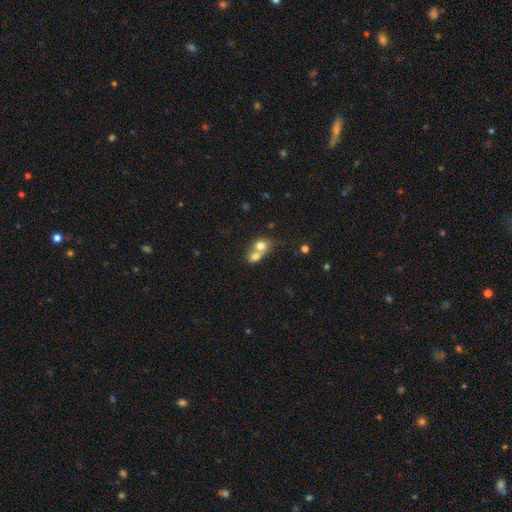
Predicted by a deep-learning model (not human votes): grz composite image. It shows a smooth galaxy with no disk features (71%) that is round (64%). Merging: merger (74%).